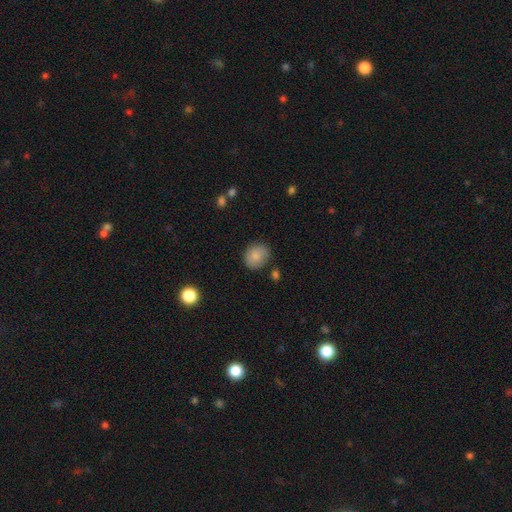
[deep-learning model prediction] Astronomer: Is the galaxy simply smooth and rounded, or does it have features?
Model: smooth — 82%.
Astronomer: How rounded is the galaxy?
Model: round — 68%.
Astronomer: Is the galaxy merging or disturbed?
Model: none — 77%.